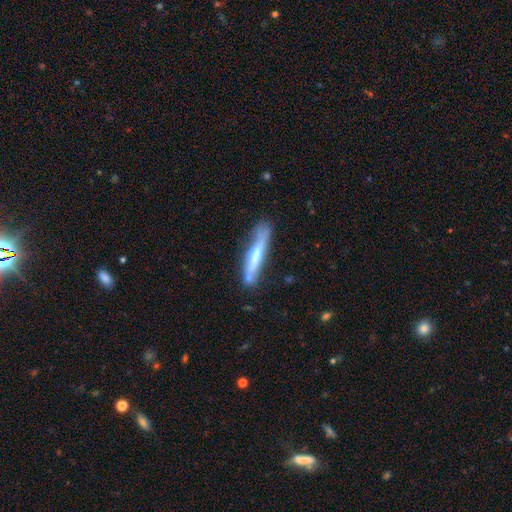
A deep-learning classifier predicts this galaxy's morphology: This appears to be a smooth galaxy with no disk features (49%). Merging: none (64%).